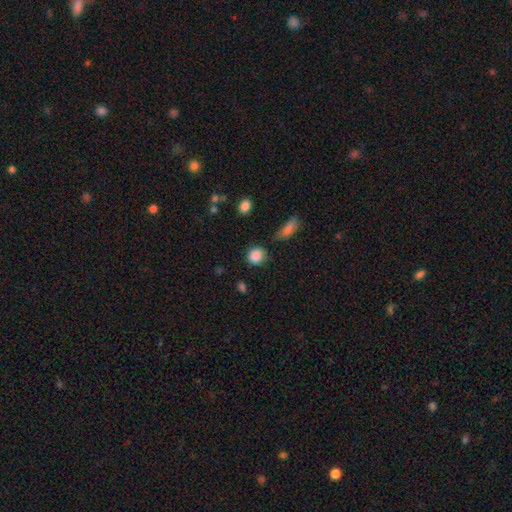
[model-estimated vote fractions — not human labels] Smooth or featured? smooth (87%)
How rounded? round (81%)
Merging? none (75%)